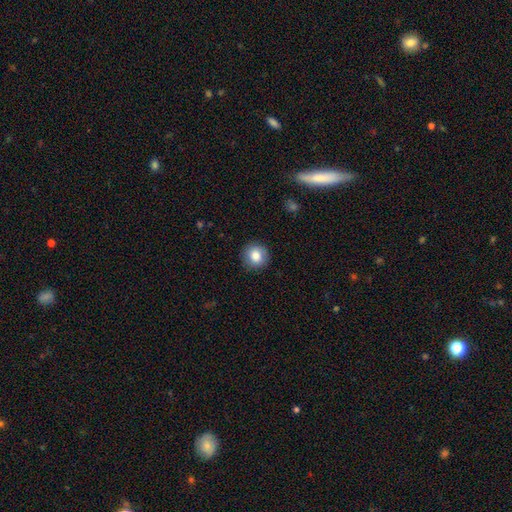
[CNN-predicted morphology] Smooth or featured?
  - smooth: 83% *
  - star or artifact: 9%
  - featured or disk: 8%
How rounded?
  - round: 93% *
  - in between: 6%
  - cigar-shaped: 1%
Merging?
  - none: 90% *
  - minor disturbance: 7%
  - major disturbance: 2%
  - merger: 1%